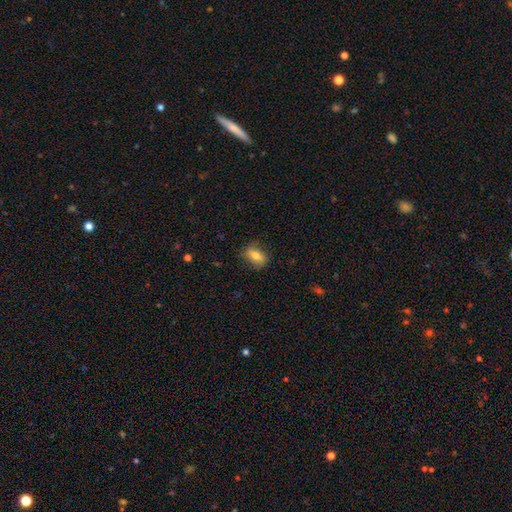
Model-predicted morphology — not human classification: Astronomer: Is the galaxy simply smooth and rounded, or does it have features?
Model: smooth — 67%.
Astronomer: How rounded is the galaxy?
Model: in between — 75%.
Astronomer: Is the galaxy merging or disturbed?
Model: none — 77%.